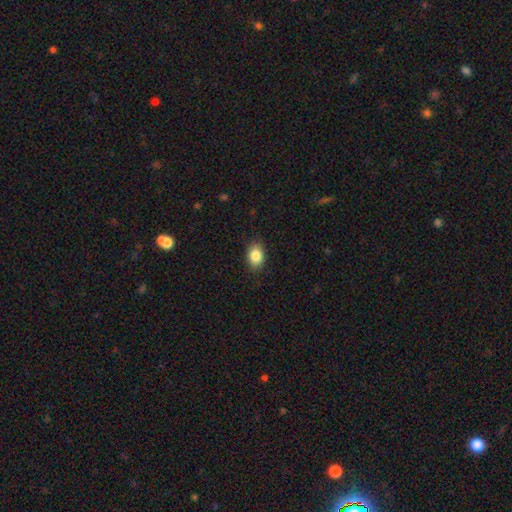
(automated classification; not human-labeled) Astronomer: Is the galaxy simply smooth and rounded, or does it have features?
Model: smooth — 86%.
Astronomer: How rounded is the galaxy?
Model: in between — 79%.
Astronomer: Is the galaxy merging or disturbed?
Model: none — 85%.